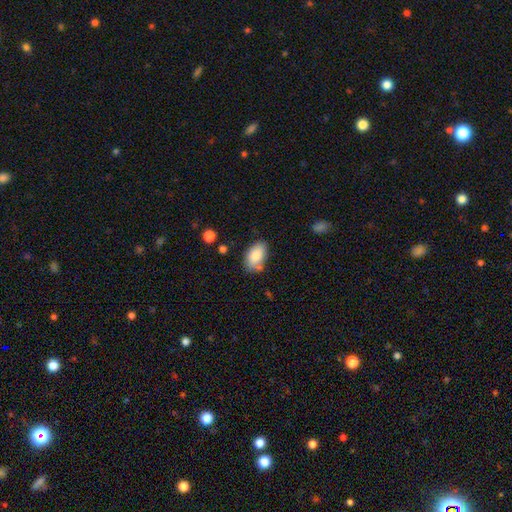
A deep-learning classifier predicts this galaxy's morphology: A smooth galaxy with no disk features (84%) that is in between round and cigar-shaped (92%). Merging: none (67%).